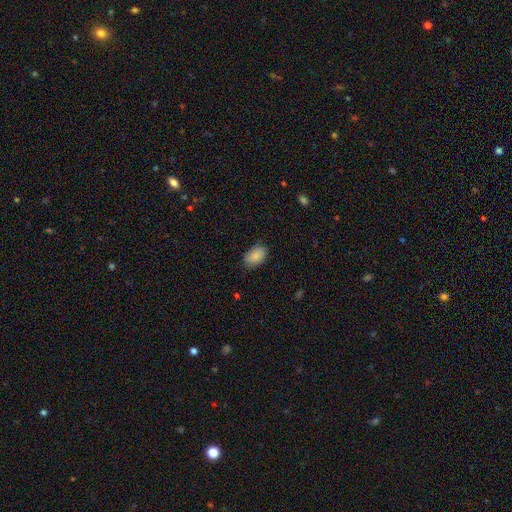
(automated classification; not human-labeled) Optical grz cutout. It shows a smooth galaxy with no disk features (87%) that is in between round and cigar-shaped (90%). Merging: none (79%).